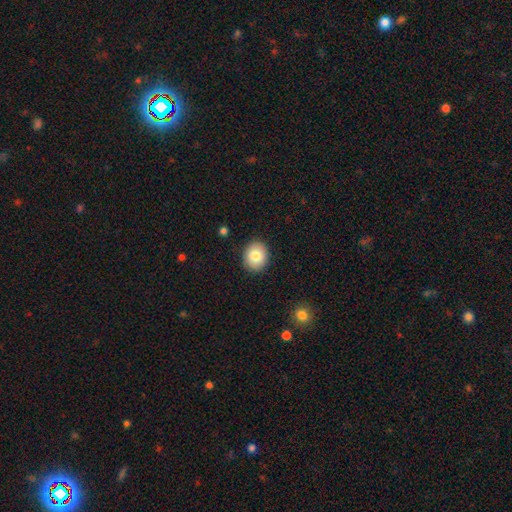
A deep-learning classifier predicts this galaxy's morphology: Overall: smooth (81%). How rounded: round (70%). Merging: none (90%).